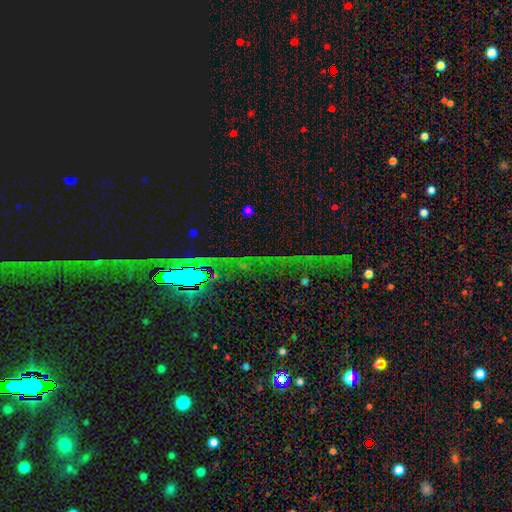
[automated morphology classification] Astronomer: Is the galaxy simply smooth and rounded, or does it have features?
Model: star or artifact — 82%.